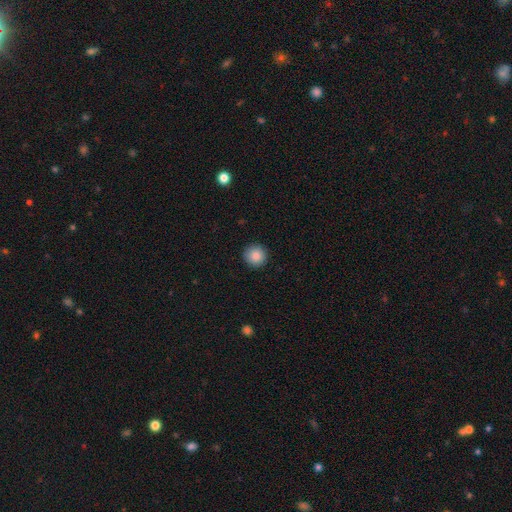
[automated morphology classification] smooth_or_featured: smooth (p=0.88) [alt: star or artifact p=0.09]
how_rounded: round (p=0.95) [alt: in between p=0.04]
merging: none (p=0.92) [alt: minor disturbance p=0.05]